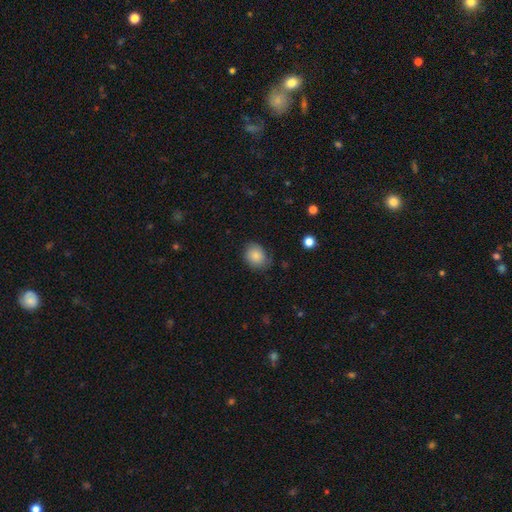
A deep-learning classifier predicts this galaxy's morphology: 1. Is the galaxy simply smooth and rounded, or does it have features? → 84% smooth, 9% star or artifact, 8% featured or disk.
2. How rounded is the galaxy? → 60% round, 39% in between, 1% cigar-shaped.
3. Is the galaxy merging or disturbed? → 71% none, 23% minor disturbance, 5% major disturbance, 1% merger.